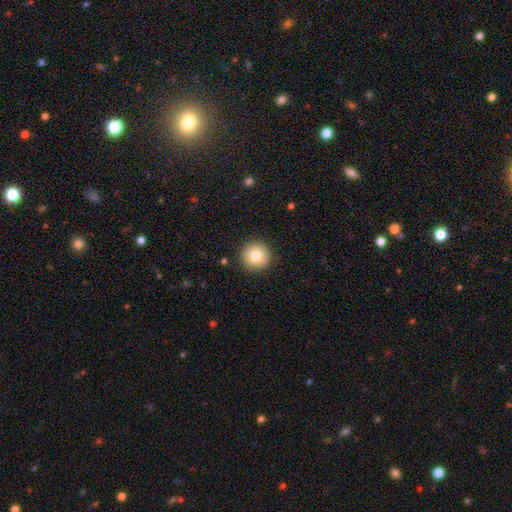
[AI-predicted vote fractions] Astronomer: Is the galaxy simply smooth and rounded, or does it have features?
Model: smooth — 80%.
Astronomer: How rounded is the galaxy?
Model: round — 96%.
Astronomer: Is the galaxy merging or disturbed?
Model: none — 91%.